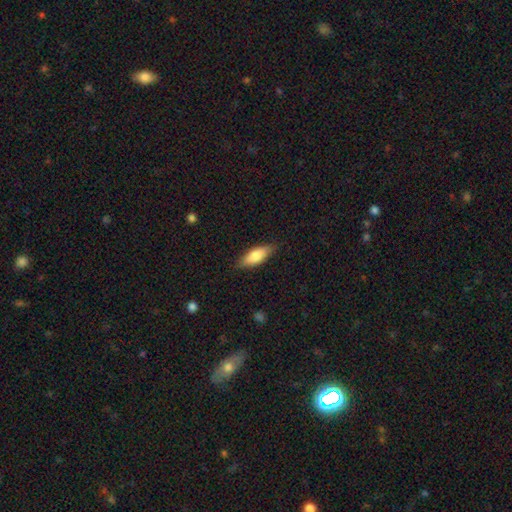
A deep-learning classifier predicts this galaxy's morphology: Smooth or featured? smooth (75%)
How rounded? in between (71%)
Merging? none (83%)